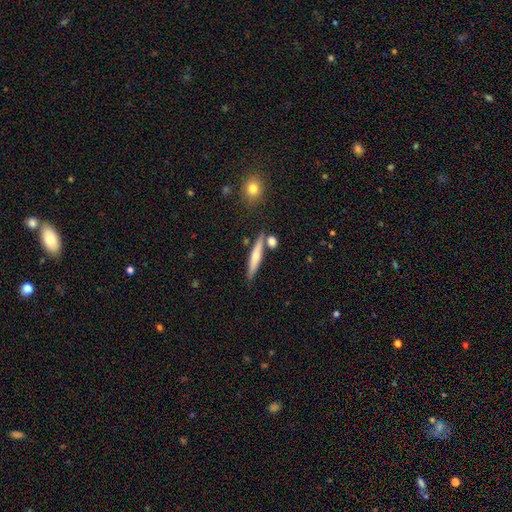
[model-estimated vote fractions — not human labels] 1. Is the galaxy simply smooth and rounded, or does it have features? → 52% smooth, 41% featured or disk, 7% star or artifact.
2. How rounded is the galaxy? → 88% cigar-shaped, 9% in between, 3% round.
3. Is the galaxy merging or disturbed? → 75% none, 11% minor disturbance, 11% merger, 3% major disturbance.